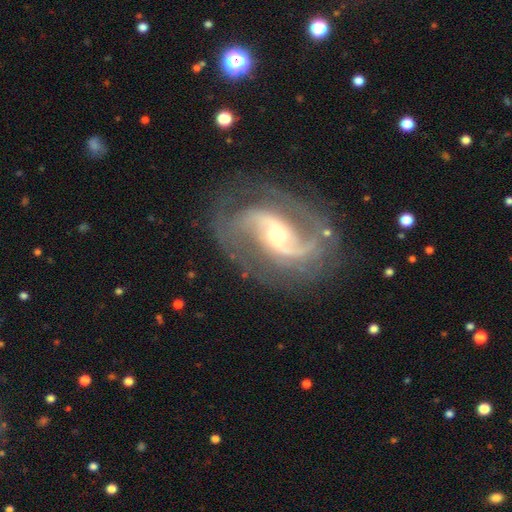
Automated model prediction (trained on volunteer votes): A featured or disk galaxy (90%) with a weak bar (40%), 2 (89%) medium (52%) spiral arms (97%) and a small central bulge (47%).

Vote fractions:
- Smooth or featured? featured or disk: 90% / star or artifact: 6% / smooth: 4%
- Edge-on disk? no: 97% / yes: 3%
- Bar? weak: 40% / no: 37% / strong: 22%
- Spiral arms? yes: 97% / no: 3%
- Spiral winding? medium: 52% / loose: 28% / tight: 20%
- Spiral arm count? 2: 89% / can't tell: 4% / 3: 3% / 1: 2% / 4: 1% / more than 4: 1%
- Bulge size? small: 47% / moderate: 46% / large: 5% / none: 2% / dominant: 1%
- Merging? none: 78% / minor disturbance: 14% / major disturbance: 7% / merger: 2%